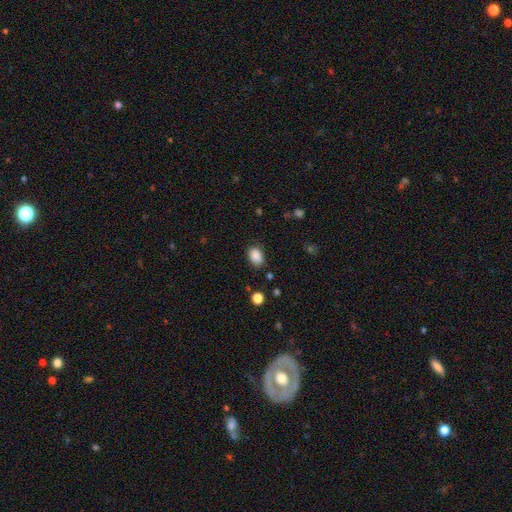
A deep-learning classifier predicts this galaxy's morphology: Smooth or featured? Predicted: smooth (p=0.88). How rounded? Predicted: in between (p=0.82). Merging? Predicted: none (p=0.80).